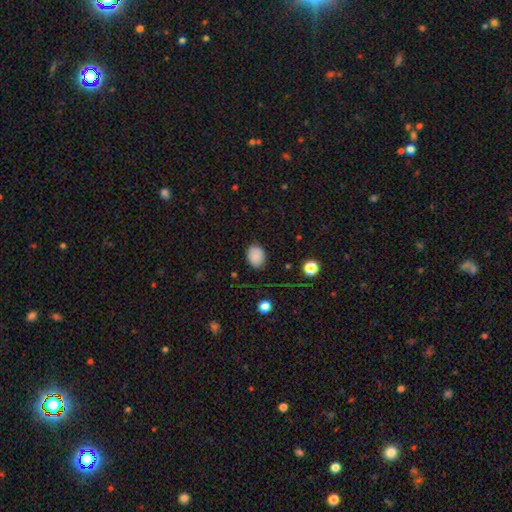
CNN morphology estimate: Q: Smooth or featured?
A: smooth (87%); runner-up: star or artifact (9%)
Q: How rounded?
A: in between (65%); runner-up: round (35%)
Q: Merging?
A: none (84%); runner-up: minor disturbance (12%)